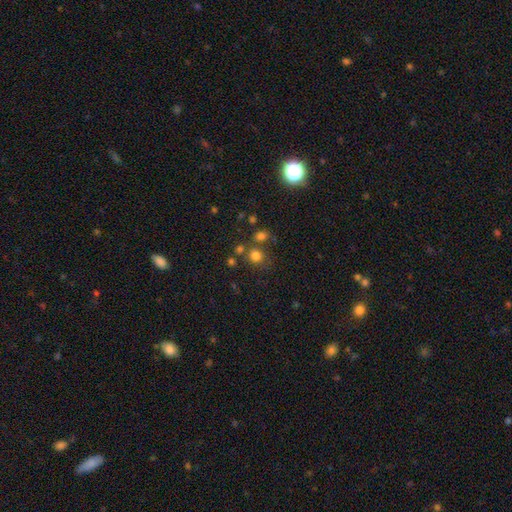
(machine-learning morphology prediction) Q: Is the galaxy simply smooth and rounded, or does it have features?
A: smooth — 75%.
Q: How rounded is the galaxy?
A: round — 79%.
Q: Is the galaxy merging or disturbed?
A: none — 66%.